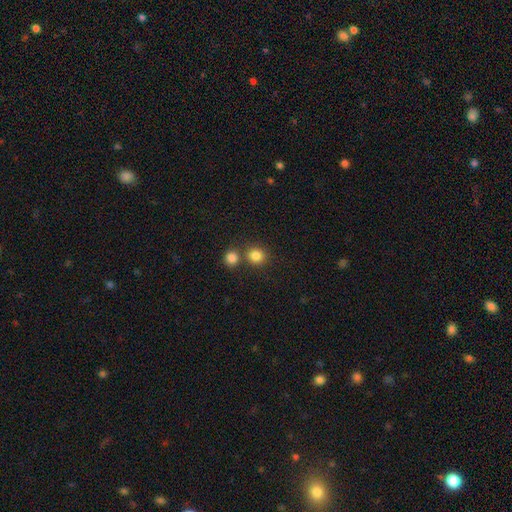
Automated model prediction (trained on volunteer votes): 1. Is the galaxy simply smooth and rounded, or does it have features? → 84% smooth, 11% star or artifact, 5% featured or disk.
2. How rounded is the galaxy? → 85% round, 14% in between, 1% cigar-shaped.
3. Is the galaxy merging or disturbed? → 68% none, 22% merger, 7% minor disturbance, 3% major disturbance.